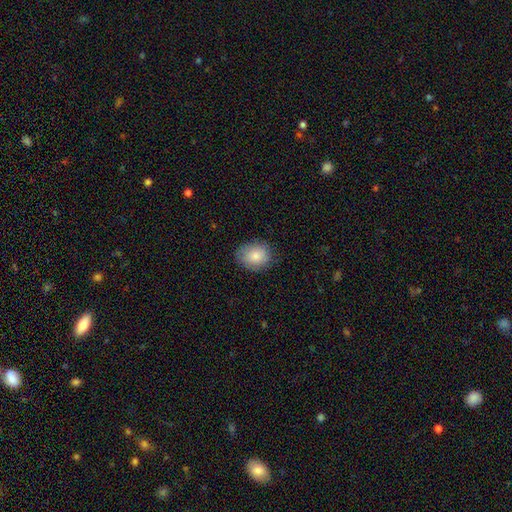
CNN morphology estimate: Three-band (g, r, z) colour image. It shows a smooth galaxy with no disk features (83%) that is round (51%). Merging: none (81%).